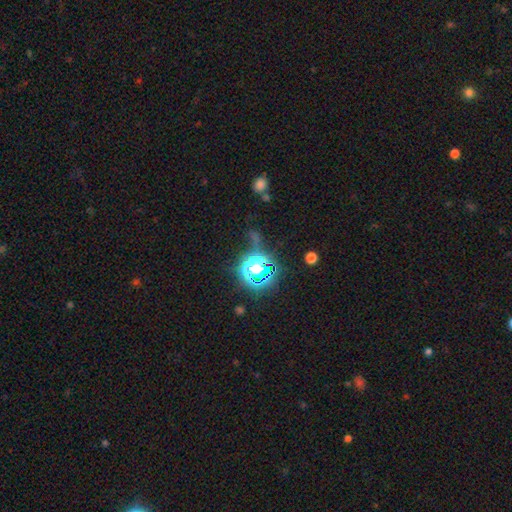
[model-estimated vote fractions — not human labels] The model was most divided on "smooth or featured": star or artifact: 78%, smooth: 15%, featured or disk: 7%.